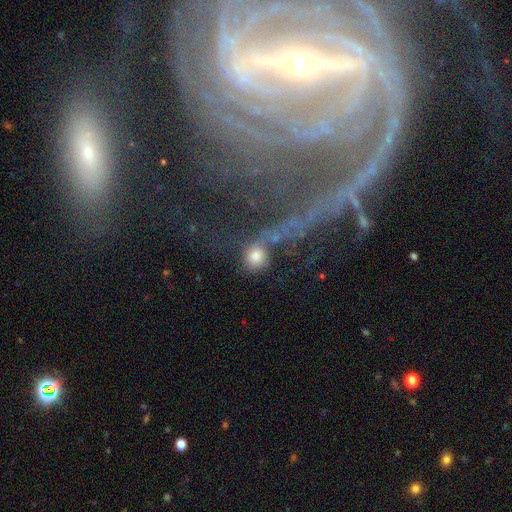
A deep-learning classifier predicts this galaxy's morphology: Smooth or featured?
  - smooth: 68% *
  - featured or disk: 16%
  - star or artifact: 15%
How rounded?
  - round: 80% *
  - in between: 18%
  - cigar-shaped: 3%
Merging?
  - none: 39% *
  - merger: 25%
  - major disturbance: 21%
  - minor disturbance: 16%